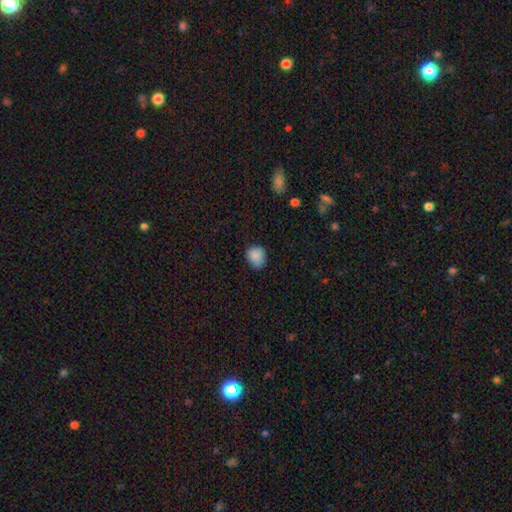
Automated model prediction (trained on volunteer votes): Morphology: type=smooth (87%); roundness=round (65%); merging=none (71%).